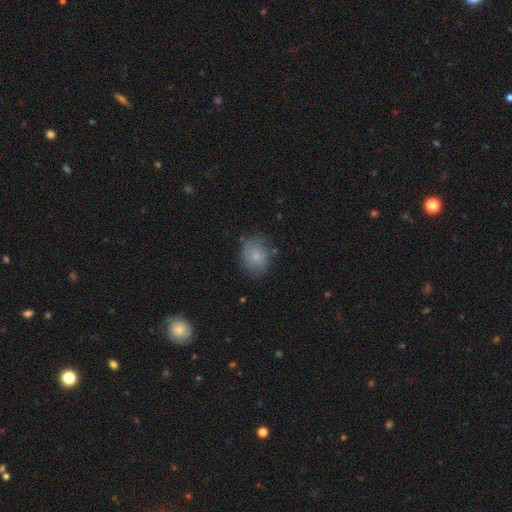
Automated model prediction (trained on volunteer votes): Smooth or featured? Predicted: smooth (p=0.66). How rounded? Predicted: round (p=0.57). Merging? Predicted: none (p=0.72).